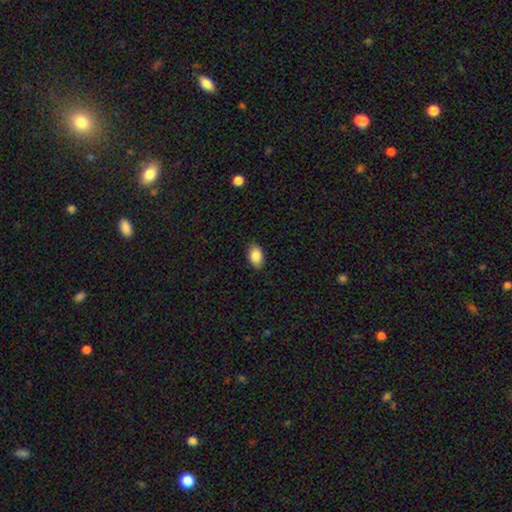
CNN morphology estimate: Smooth or featured? Predicted: smooth (p=0.87). How rounded? Predicted: in between (p=0.91). Merging? Predicted: none (p=0.87).